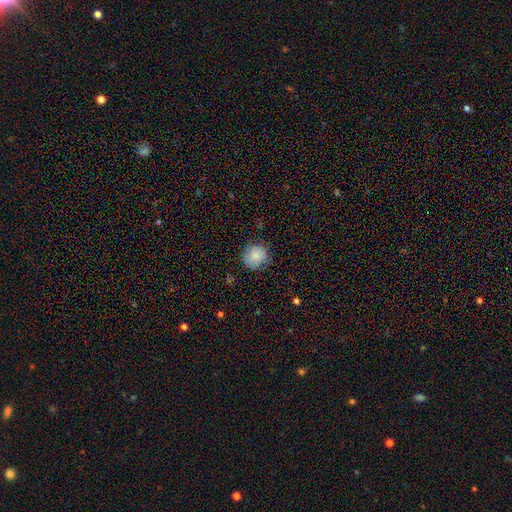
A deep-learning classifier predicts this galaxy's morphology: Smooth or featured: smooth — 84% (featured or disk — 8%)
How rounded: round — 87% (in between — 12%)
Merging: none — 77% (minor disturbance — 18%)